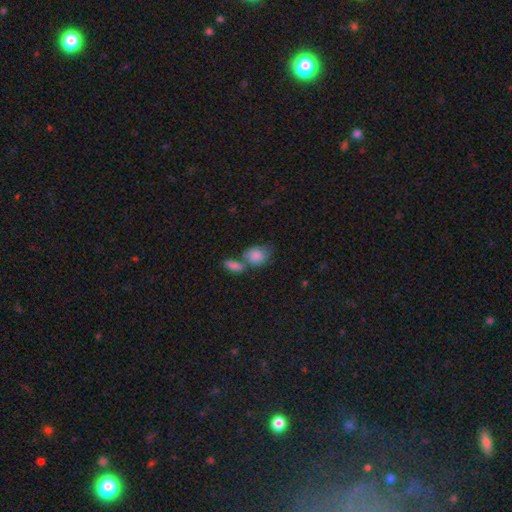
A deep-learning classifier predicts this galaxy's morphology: The model was most divided on "merging": merger: 45%, none: 34%, minor disturbance: 14%, major disturbance: 6%. More confident: smooth or featured — smooth (83%); how rounded — in between (63%).